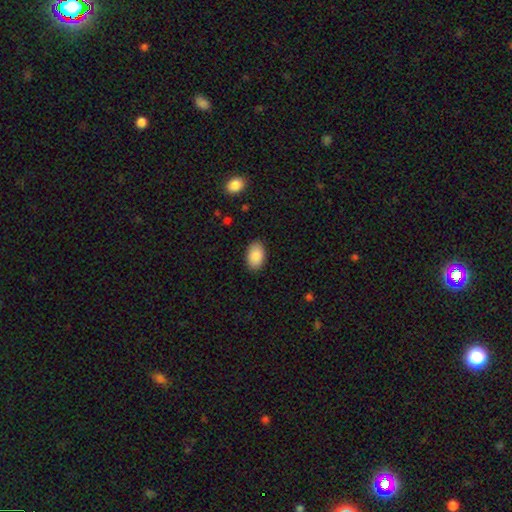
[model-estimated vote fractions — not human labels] This is clearly a smooth galaxy (89%). How rounded: clearly in between (92%). Merging: clearly none (88%).